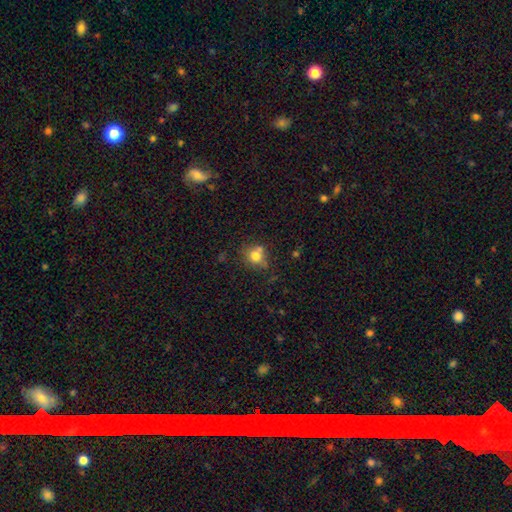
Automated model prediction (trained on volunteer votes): smooth 75%, featured or disk 13%, star or artifact 12%. Down the decision tree: how rounded — round (76%); merging — none (57%).